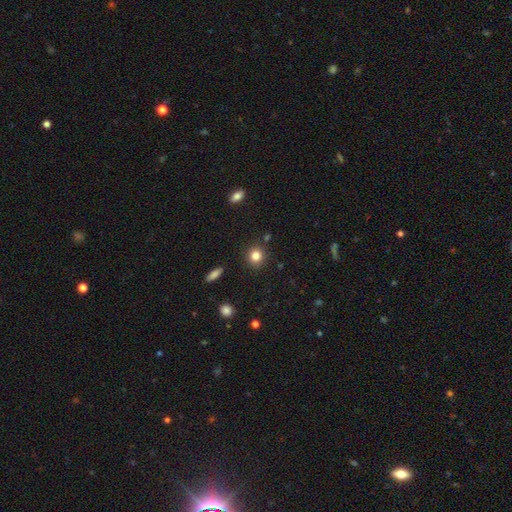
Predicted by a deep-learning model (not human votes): Smooth or featured: smooth — 82% (star or artifact — 11%)
How rounded: round — 86% (in between — 13%)
Merging: none — 87% (minor disturbance — 8%)